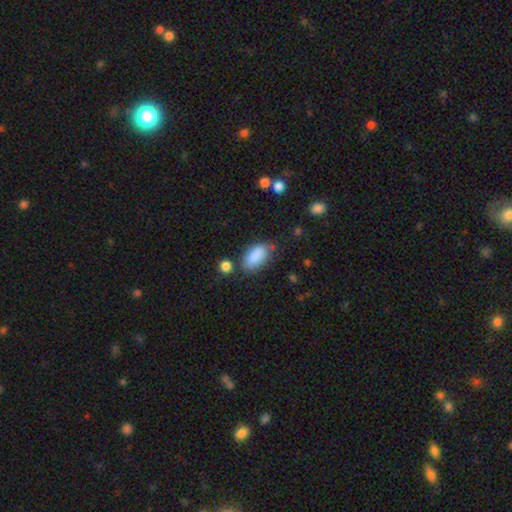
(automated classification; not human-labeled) smooth_or_featured: smooth (p=0.87) [alt: star or artifact p=0.07]
how_rounded: in between (p=0.91) [alt: cigar-shaped p=0.06]
merging: none (p=0.64) [alt: minor disturbance p=0.22]